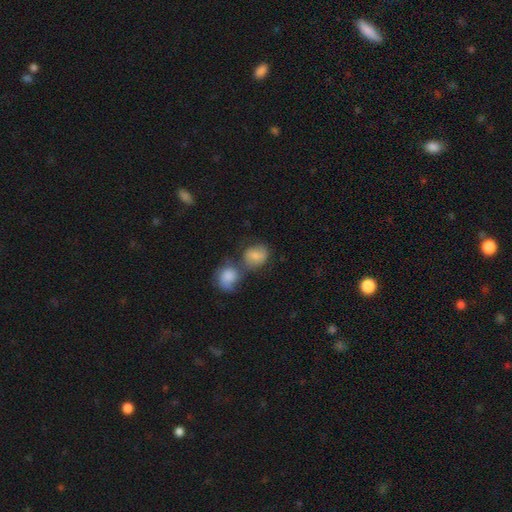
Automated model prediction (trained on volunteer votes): Smooth or featured: smooth — 73% (featured or disk — 18%)
How rounded: round — 57% (in between — 42%)
Merging: merger — 45% (none — 35%)